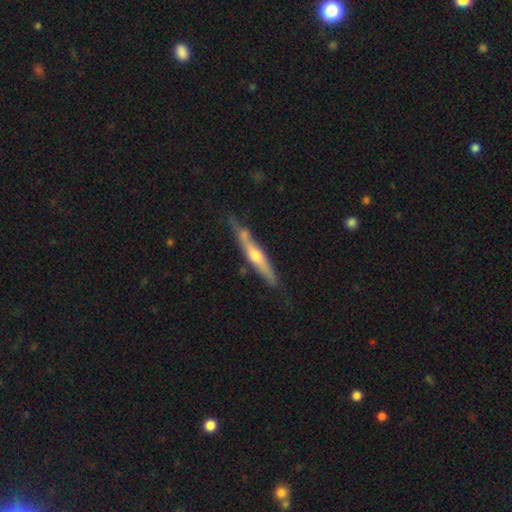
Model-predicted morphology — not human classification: smooth_or_featured: featured or disk (p=0.62) [alt: smooth p=0.33]
disk_edge_on: yes (p=0.91) [alt: no p=0.09]
edge_on_bulge: rounded (p=0.82) [alt: none p=0.13]
merging: none (p=0.67) [alt: minor disturbance p=0.22]